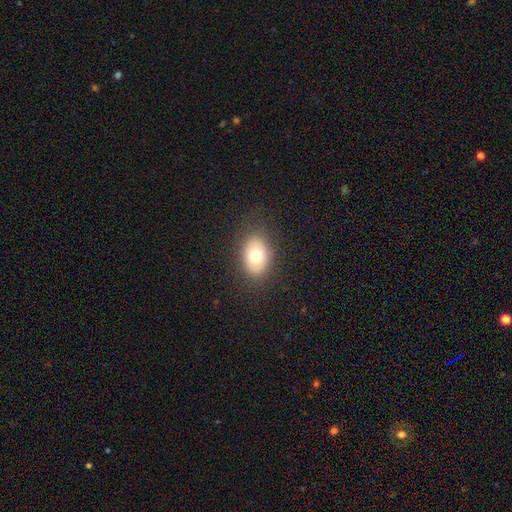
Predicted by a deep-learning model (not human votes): Overall: smooth (72%). How rounded: in between (77%). Merging: none (83%).